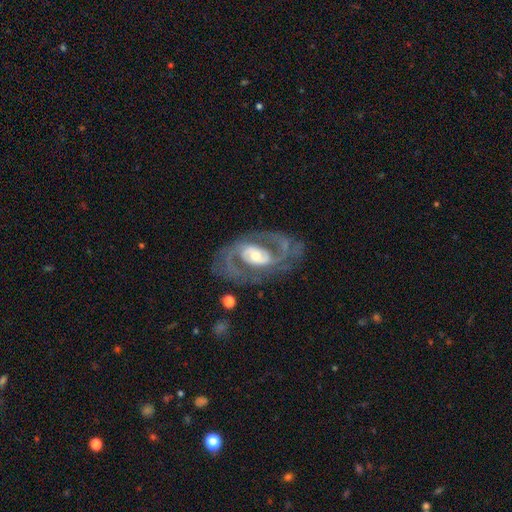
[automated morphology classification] featured or disk 89%, smooth 6%, star or artifact 5%. Down the decision tree: edge-on disk — no (96%); bar — weak (38%); spiral arms — yes (93%); spiral arm count — 2 (85%); spiral winding — medium (52%); bulge size — moderate (58%); merging — none (69%).